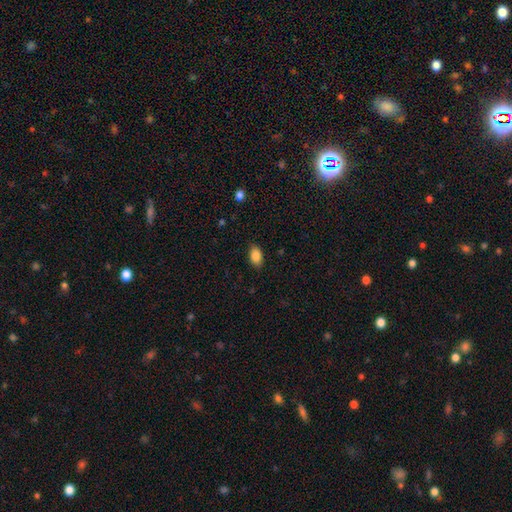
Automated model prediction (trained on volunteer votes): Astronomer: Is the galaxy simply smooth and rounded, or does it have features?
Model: smooth — 87%.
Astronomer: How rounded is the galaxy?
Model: in between — 90%.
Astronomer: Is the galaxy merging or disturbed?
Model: none — 86%.